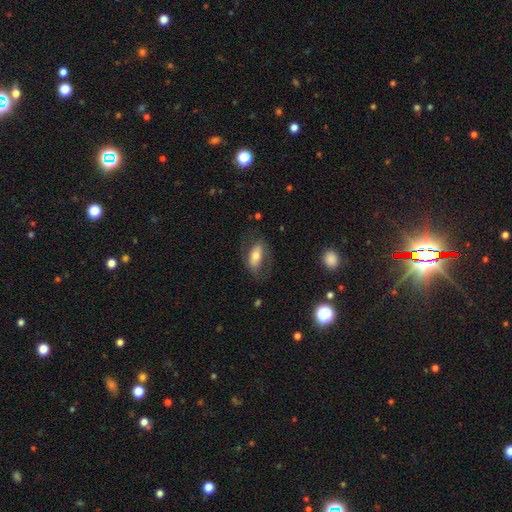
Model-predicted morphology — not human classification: Overall: smooth (54%; featured or disk 39%). How rounded: in between (88%). Merging: none (64%).